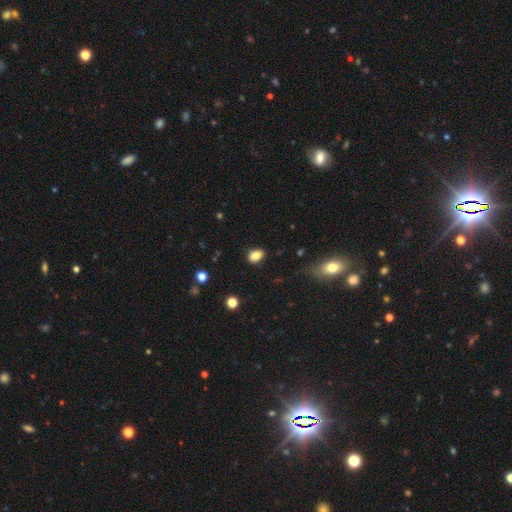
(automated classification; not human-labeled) smooth_or_featured: smooth (p=0.84) [alt: star or artifact p=0.10]
how_rounded: in between (p=0.77) [alt: round p=0.21]
merging: none (p=0.80) [alt: minor disturbance p=0.15]